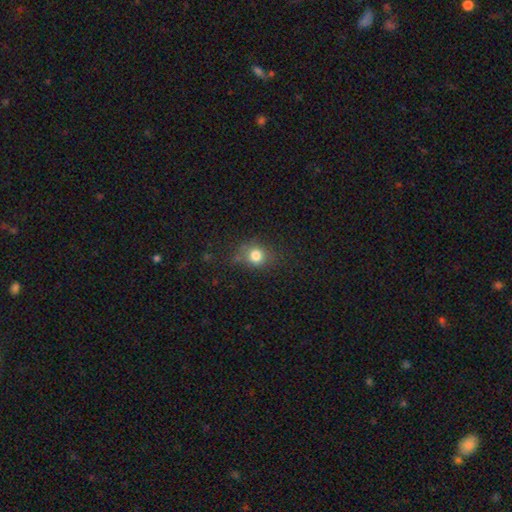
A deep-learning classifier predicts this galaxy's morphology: Q: Smooth or featured?
A: smooth (80%); runner-up: star or artifact (13%)
Q: How rounded?
A: round (77%); runner-up: in between (22%)
Q: Merging?
A: none (72%); runner-up: minor disturbance (19%)